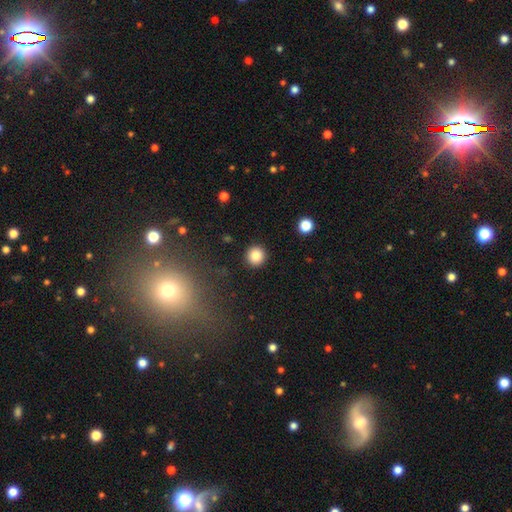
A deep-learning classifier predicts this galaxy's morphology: smooth_or_featured: smooth (p=0.85) [alt: star or artifact p=0.10]
how_rounded: round (p=0.94) [alt: in between p=0.05]
merging: none (p=0.92) [alt: minor disturbance p=0.05]